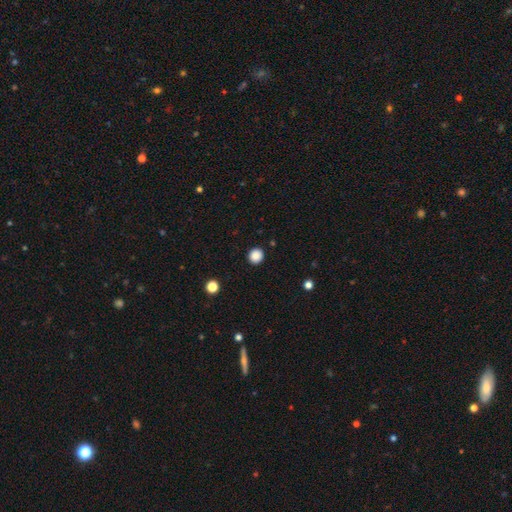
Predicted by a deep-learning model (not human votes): Morphology: type=smooth (87%); roundness=round (92%); merging=none (92%).